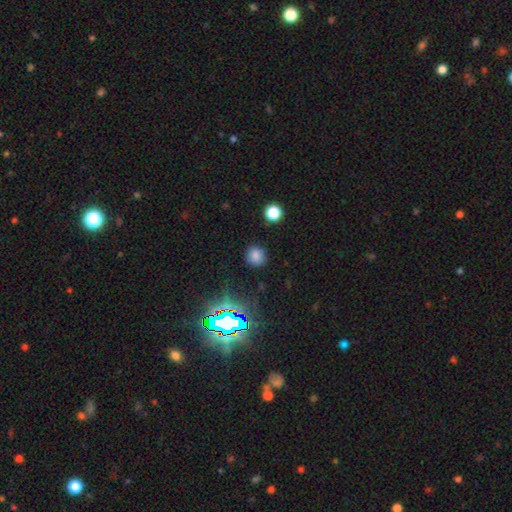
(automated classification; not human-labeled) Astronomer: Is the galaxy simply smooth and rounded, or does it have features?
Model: smooth — 76%.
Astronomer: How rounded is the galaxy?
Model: round — 83%.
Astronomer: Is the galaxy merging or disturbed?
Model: none — 86%.